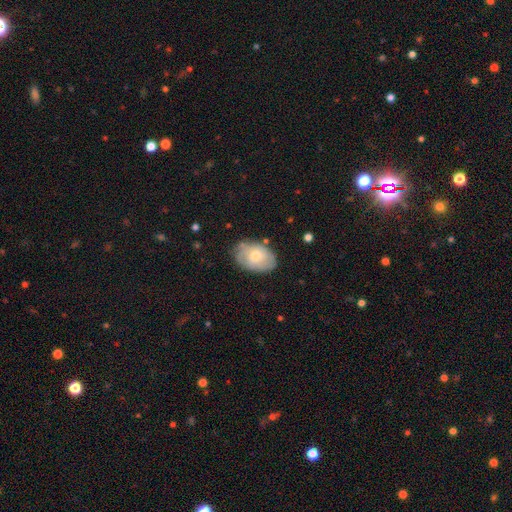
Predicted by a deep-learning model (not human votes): Morphology: type=smooth (60%); roundness=in between (85%); merging=none (73%).